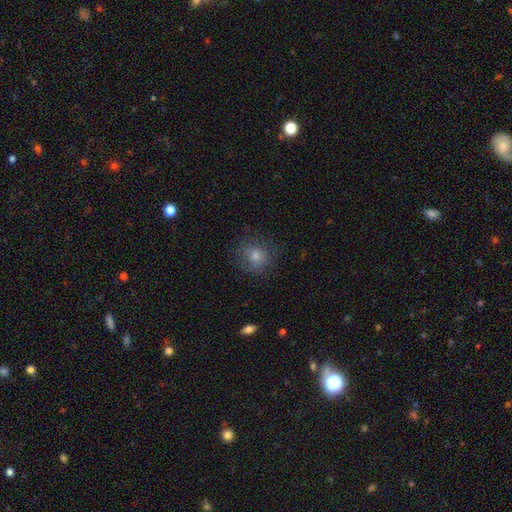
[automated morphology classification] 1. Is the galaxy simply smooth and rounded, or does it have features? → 64% smooth, 18% featured or disk, 18% star or artifact.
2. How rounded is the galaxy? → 87% round, 12% in between, 1% cigar-shaped.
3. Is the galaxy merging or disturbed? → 79% none, 14% minor disturbance, 7% major disturbance, 1% merger.